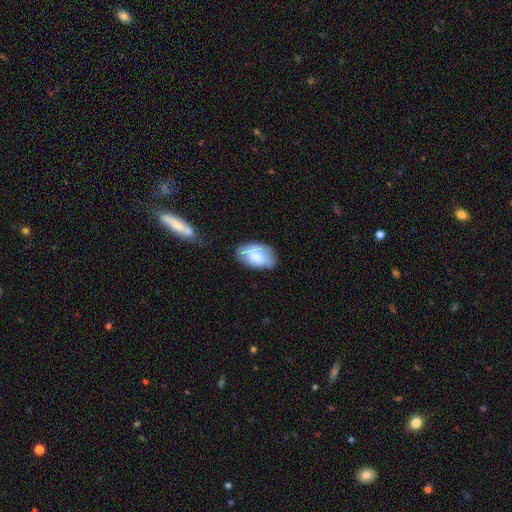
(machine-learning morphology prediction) Smooth or featured? Predicted: smooth (p=0.68). How rounded? Predicted: in between (p=0.93). Merging? Predicted: none (p=0.58).